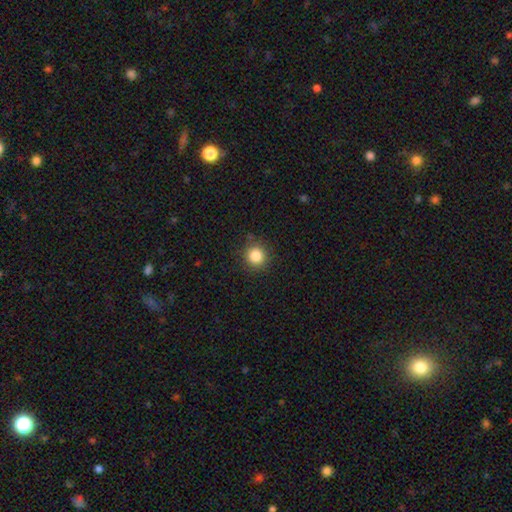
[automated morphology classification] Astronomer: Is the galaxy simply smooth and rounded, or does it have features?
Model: smooth — 85%.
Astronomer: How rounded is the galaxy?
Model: round — 93%.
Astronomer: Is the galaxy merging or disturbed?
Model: none — 89%.